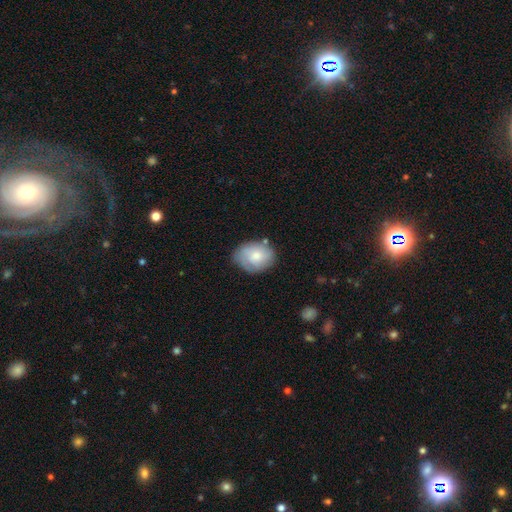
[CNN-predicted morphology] Smooth or featured: smooth — 62% (featured or disk — 31%)
How rounded: in between — 61% (round — 38%)
Merging: none — 65% (minor disturbance — 25%)